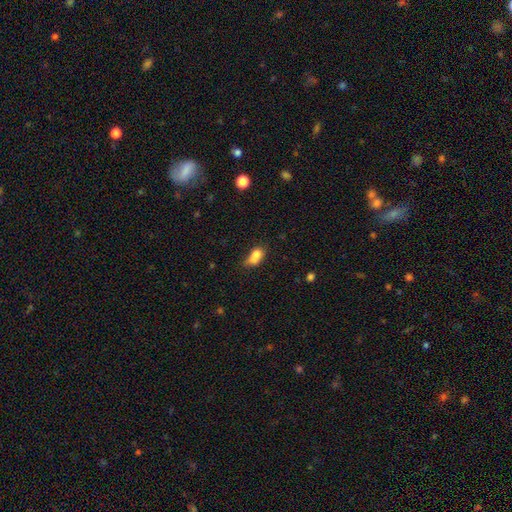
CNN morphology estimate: Overall: smooth (76%). How rounded: in between (76%). Merging: none (31%; merger 30%).